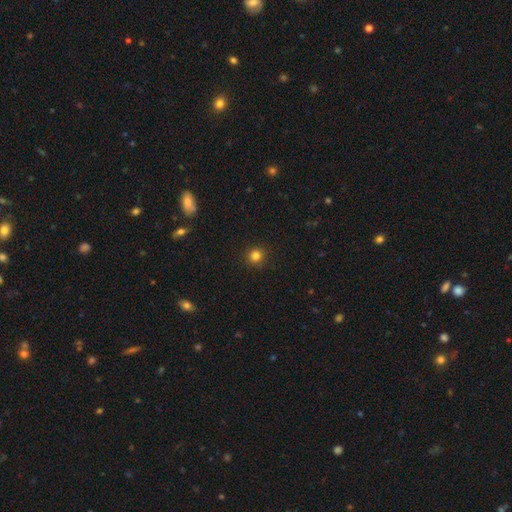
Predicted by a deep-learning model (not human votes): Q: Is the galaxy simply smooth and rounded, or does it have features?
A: smooth — 82%.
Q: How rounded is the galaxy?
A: round — 94%.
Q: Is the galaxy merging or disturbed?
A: none — 92%.